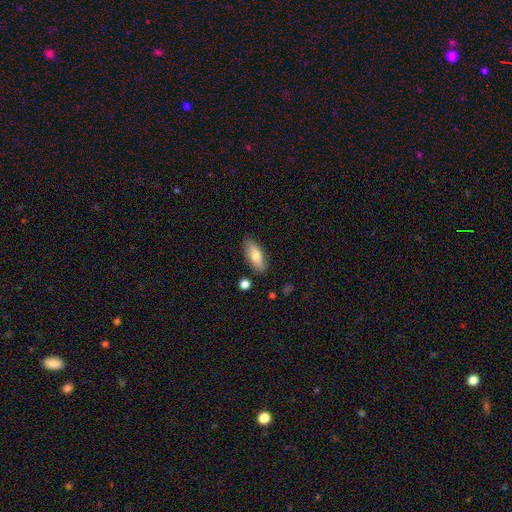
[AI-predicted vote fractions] This appears to be a smooth galaxy with no disk features (71%) that is in between round and cigar-shaped (72%). Merging: none (83%).